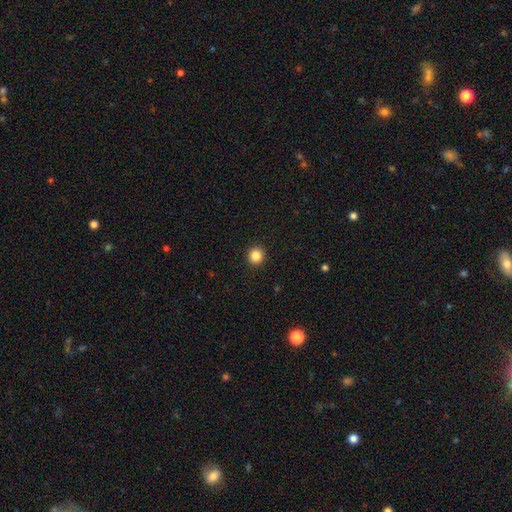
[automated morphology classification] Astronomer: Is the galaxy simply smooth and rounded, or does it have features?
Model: smooth — 85%.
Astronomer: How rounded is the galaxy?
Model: round — 94%.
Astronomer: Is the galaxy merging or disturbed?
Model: none — 93%.